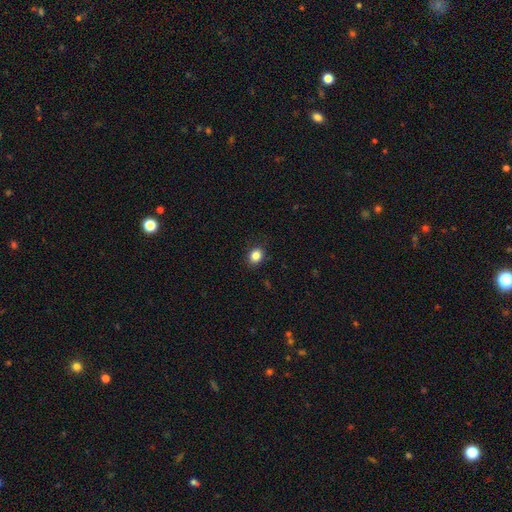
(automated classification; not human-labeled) smooth-or-featured: smooth: 85% | star or artifact: 10% | featured or disk: 5%
  how-rounded: round: 53% | in between: 46% | cigar-shaped: 1%
  merging: none: 88% | minor disturbance: 9% | major disturbance: 2% | merger: 1%